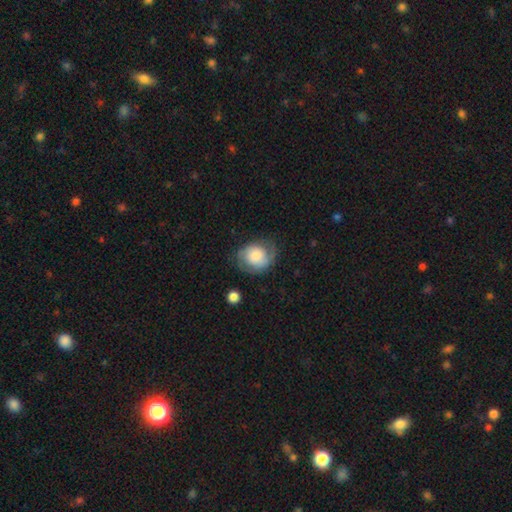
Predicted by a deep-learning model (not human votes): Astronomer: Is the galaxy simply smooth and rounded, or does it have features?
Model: smooth — 54% (runner-up: featured or disk, 38%).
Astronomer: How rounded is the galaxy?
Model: round — 61% (runner-up: in between, 38%).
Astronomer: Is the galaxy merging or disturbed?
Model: none — 59%.